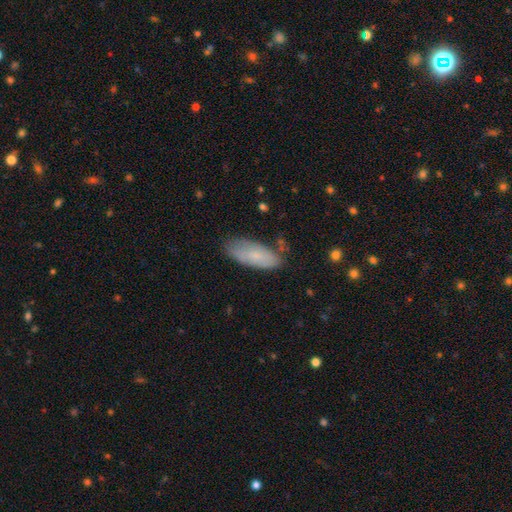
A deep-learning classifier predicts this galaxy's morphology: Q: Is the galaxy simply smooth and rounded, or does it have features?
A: smooth — 73%.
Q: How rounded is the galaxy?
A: in between — 78%.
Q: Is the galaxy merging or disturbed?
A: none — 68%.